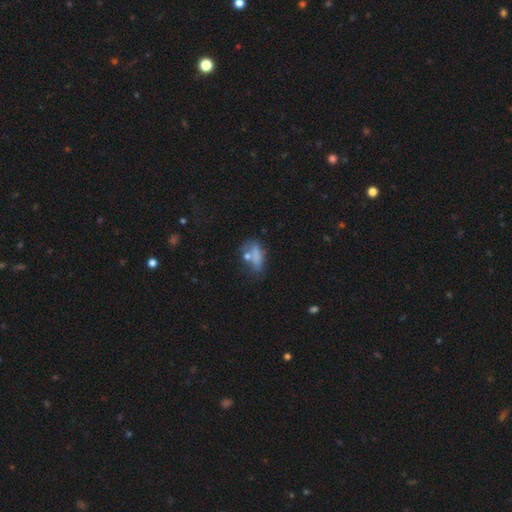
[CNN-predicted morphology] Smooth or featured? smooth (66%)
How rounded? in between (70%)
Merging? none (39%)